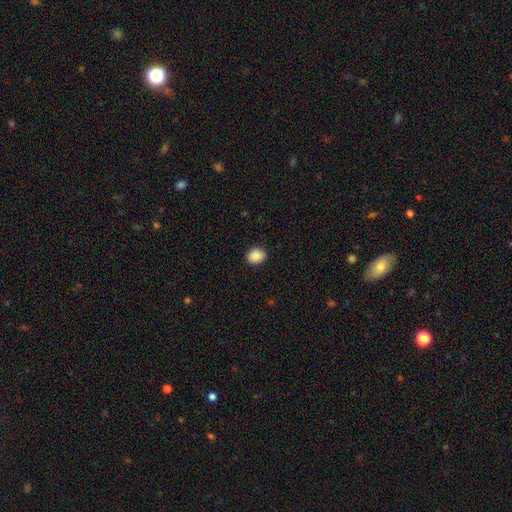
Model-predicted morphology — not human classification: smooth_or_featured: smooth (p=0.89) [alt: star or artifact p=0.08]
how_rounded: round (p=0.55) [alt: in between p=0.44]
merging: none (p=0.89) [alt: minor disturbance p=0.08]